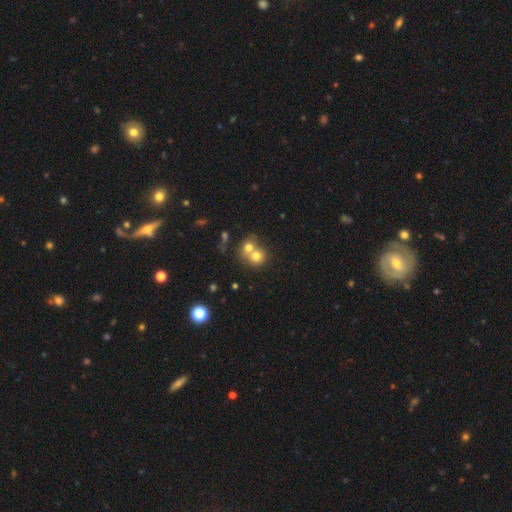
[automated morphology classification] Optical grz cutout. It shows a smooth galaxy with no disk features (71%) that is round (78%). Merging: merger (63%).